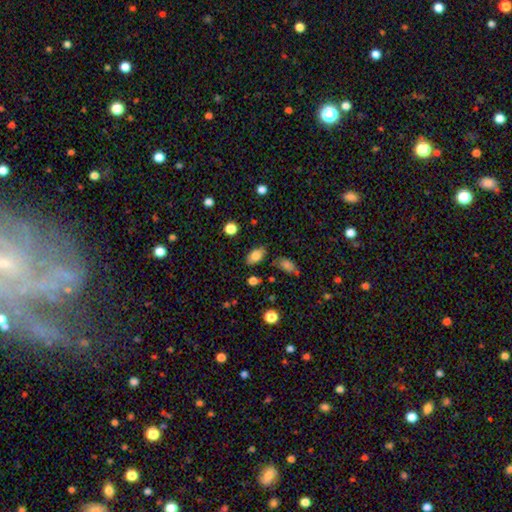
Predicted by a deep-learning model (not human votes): smooth_or_featured: smooth (p=0.81) [alt: featured or disk p=0.10]
how_rounded: in between (p=0.90) [alt: round p=0.08]
merging: none (p=0.78) [alt: minor disturbance p=0.15]